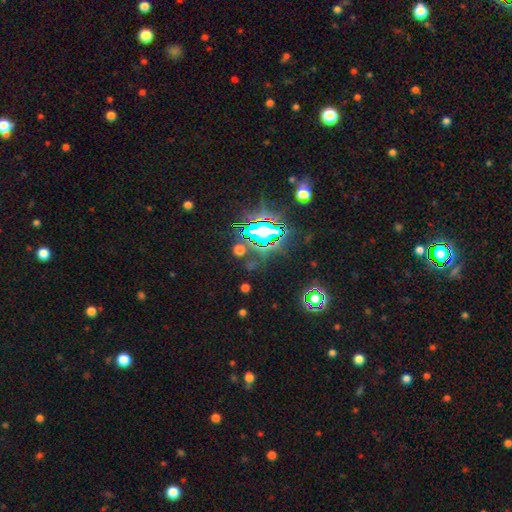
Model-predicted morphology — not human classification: star or artifact 83%, smooth 9%, featured or disk 8%.